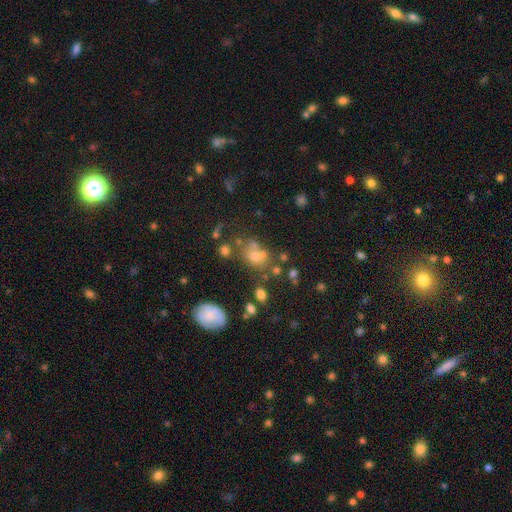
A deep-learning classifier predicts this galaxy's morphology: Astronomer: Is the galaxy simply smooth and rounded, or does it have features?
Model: smooth — 56%.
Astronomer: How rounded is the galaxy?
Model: round — 56% (runner-up: in between, 42%).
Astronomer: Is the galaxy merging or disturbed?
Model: none — 51%.